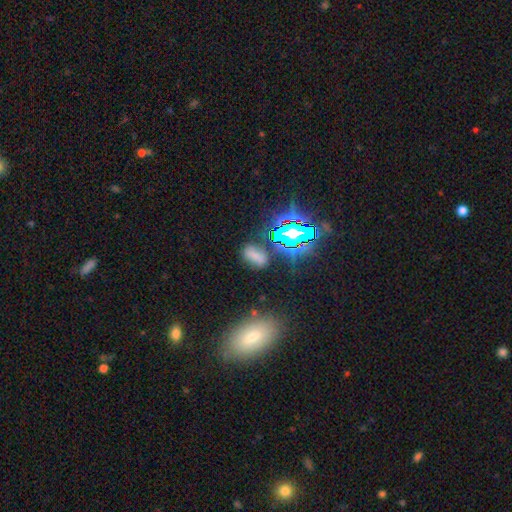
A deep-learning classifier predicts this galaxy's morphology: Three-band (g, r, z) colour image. It shows a smooth galaxy with no disk features (58%) that is in between round and cigar-shaped (82%). Merging: none (70%).